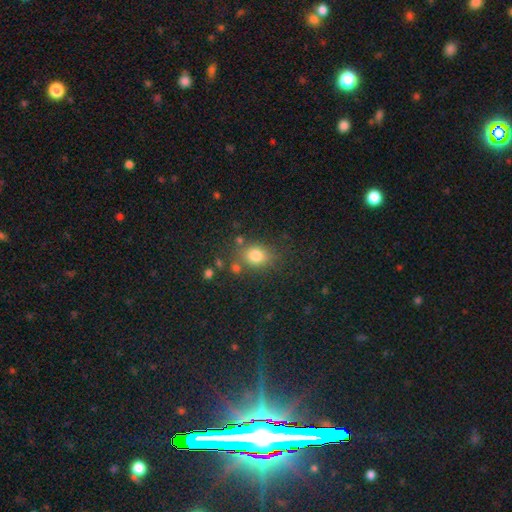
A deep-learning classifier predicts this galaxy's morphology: This appears to be a smooth galaxy with no disk features (79%) that is round (53%). Merging: none (73%).